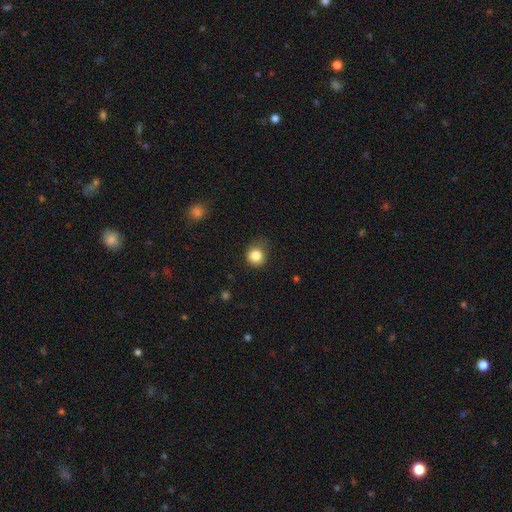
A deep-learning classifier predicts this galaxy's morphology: smooth-or-featured: smooth: 84% | star or artifact: 11% | featured or disk: 5%
  how-rounded: round: 86% | in between: 13% | cigar-shaped: 1%
  merging: none: 70% | minor disturbance: 23% | major disturbance: 6% | merger: 1%